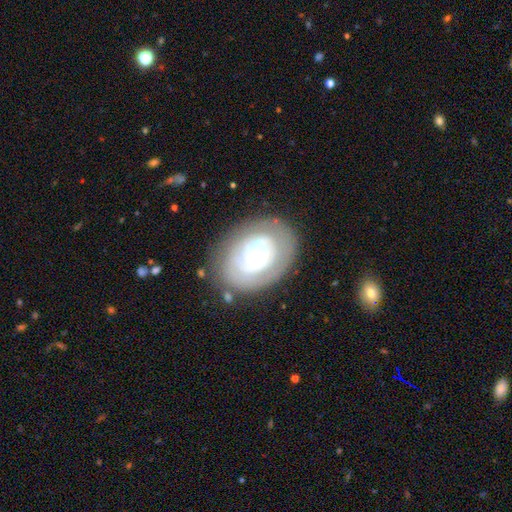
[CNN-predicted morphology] Smooth or featured? Predicted: featured or disk (p=0.71). Edge-on disk? Predicted: no (p=0.97). Bar? Predicted: no (p=0.81). Spiral arms? Predicted: yes (p=0.69). Bulge size? Predicted: small (p=0.72). Merging? Predicted: none (p=0.71).